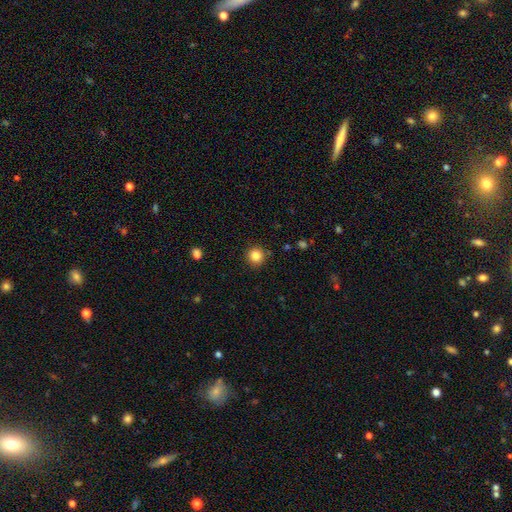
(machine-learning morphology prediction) Smooth or featured? Predicted: smooth (p=0.84). How rounded? Predicted: round (p=0.94). Merging? Predicted: none (p=0.90).